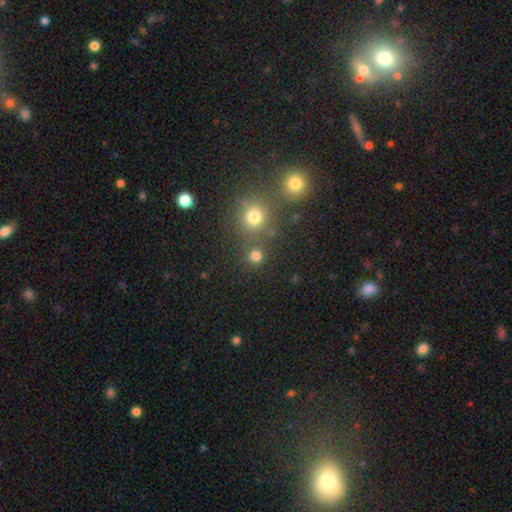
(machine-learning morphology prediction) Smooth or featured? Predicted: smooth (p=0.78). How rounded? Predicted: round (p=0.92). Merging? Predicted: none (p=0.77).